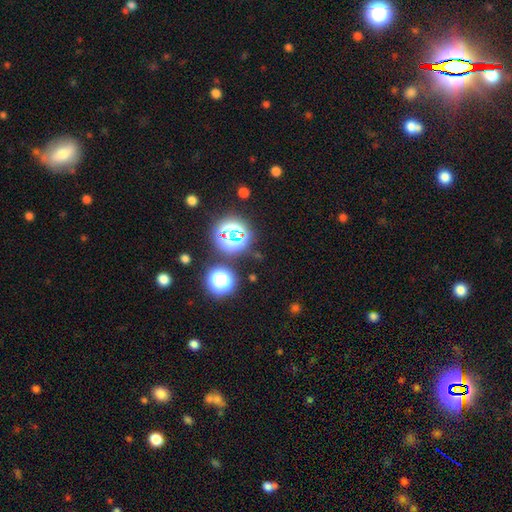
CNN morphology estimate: This appears to be a star or artifact, not a galaxy (77%).